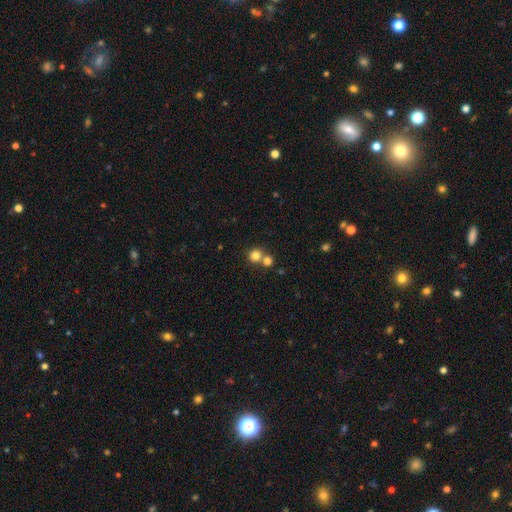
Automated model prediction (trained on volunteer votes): Morphology: type=smooth (81%); roundness=round (88%); merging=none (51%).